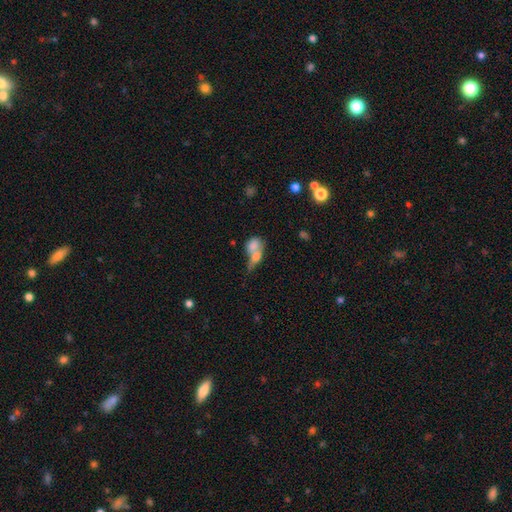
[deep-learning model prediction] A smooth galaxy with no disk features (70%) that is in between round and cigar-shaped (63%).

Vote fractions:
- Smooth or featured? smooth: 70% / featured or disk: 21% / star or artifact: 9%
- How rounded? in between: 63% / round: 30% / cigar-shaped: 8%
- Merging? merger: 68% / none: 17% / minor disturbance: 8% / major disturbance: 7%